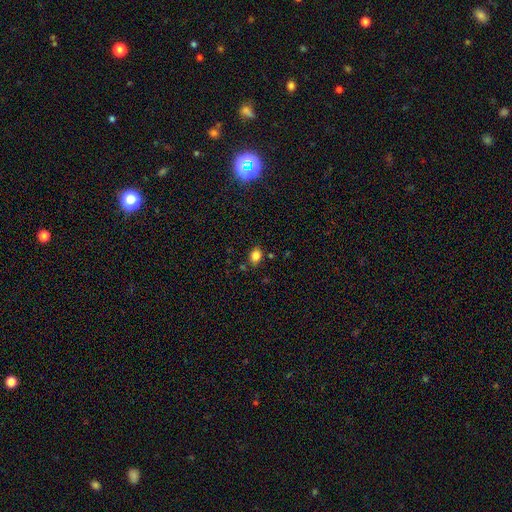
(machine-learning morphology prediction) Q: Smooth or featured?
A: smooth (83%); runner-up: star or artifact (12%)
Q: How rounded?
A: in between (65%); runner-up: round (33%)
Q: Merging?
A: none (80%); runner-up: minor disturbance (13%)